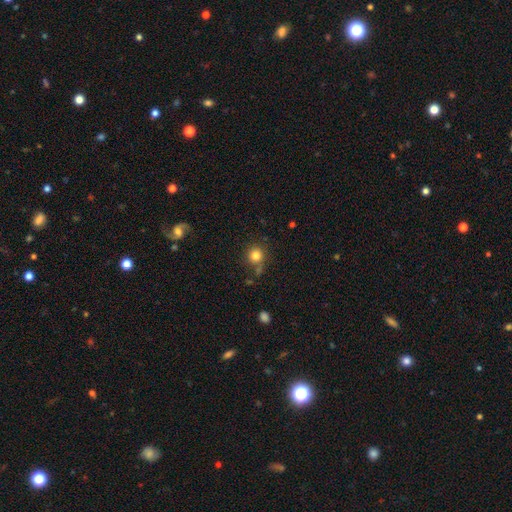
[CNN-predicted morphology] Overall: smooth (82%). How rounded: round (92%). Merging: none (75%).